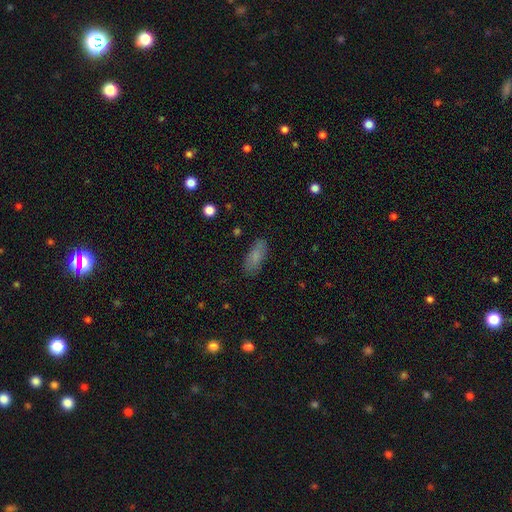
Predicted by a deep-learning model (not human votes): A smooth galaxy with no disk features (79%) that is in between round and cigar-shaped (76%). Merging: none (83%).